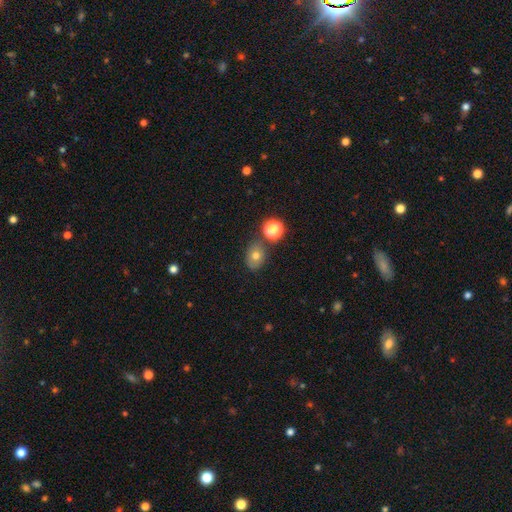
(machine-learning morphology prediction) Q: Smooth or featured?
A: smooth (71%); runner-up: star or artifact (15%)
Q: How rounded?
A: in between (56%); runner-up: round (43%)
Q: Merging?
A: none (70%); runner-up: minor disturbance (14%)